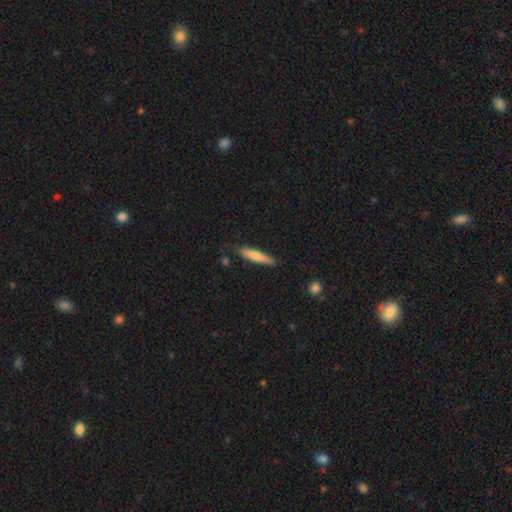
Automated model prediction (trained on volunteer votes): Overall: smooth (72%). How rounded: cigar-shaped (88%). Merging: none (77%).